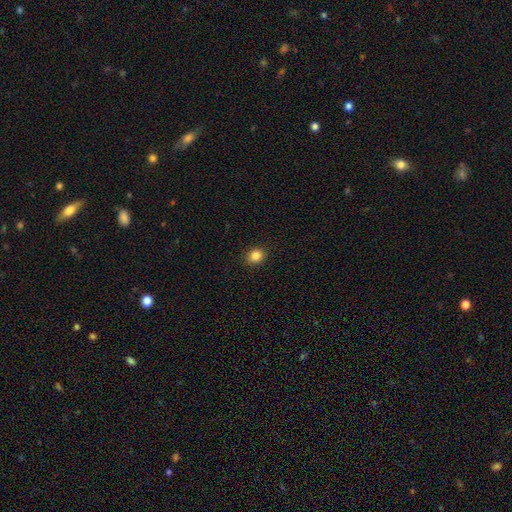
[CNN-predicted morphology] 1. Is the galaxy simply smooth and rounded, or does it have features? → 85% smooth, 11% star or artifact, 4% featured or disk.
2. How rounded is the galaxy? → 68% round, 31% in between, 1% cigar-shaped.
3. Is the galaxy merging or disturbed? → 91% none, 7% minor disturbance, 2% major disturbance, 1% merger.